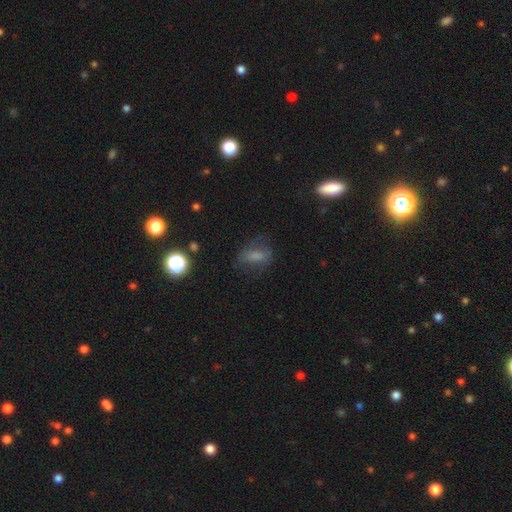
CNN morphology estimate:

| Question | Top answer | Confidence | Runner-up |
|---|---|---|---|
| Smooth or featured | smooth | 59% | featured or disk (25%) |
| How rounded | in between | 75% | round (18%) |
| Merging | none | 57% | minor disturbance (23%) |